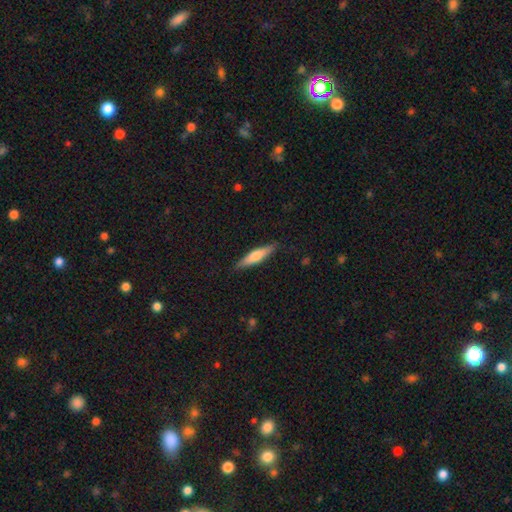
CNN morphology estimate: Overall: smooth (56%; featured or disk 38%). How rounded: cigar-shaped (81%). Merging: none (88%).